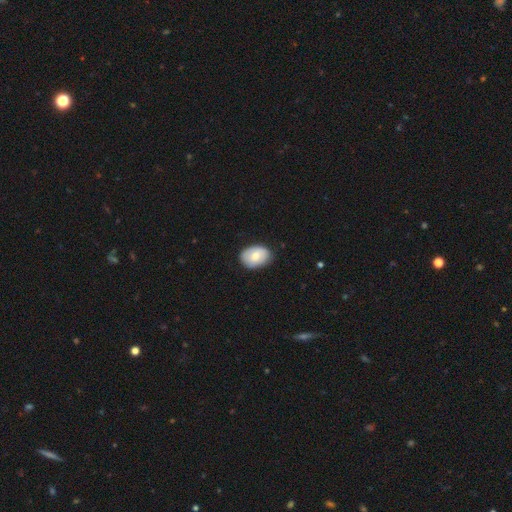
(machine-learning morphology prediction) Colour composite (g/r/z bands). It shows a smooth galaxy with no disk features (76%) that is in between round and cigar-shaped (81%). Merging: none (83%).